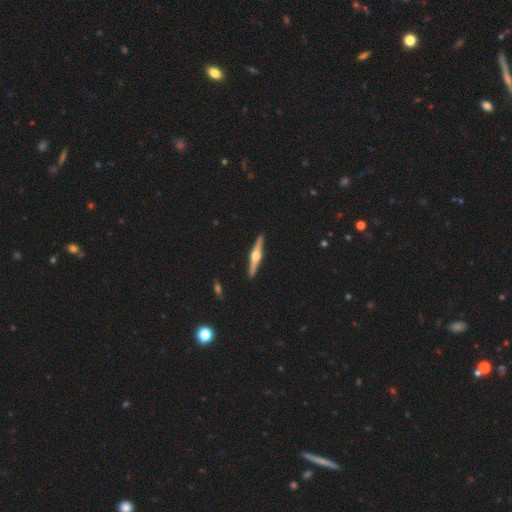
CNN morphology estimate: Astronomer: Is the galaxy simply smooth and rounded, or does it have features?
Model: featured or disk — 76%.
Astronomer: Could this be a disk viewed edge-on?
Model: yes — 98%.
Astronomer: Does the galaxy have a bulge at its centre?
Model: rounded — 96%.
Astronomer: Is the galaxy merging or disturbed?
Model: none — 92%.